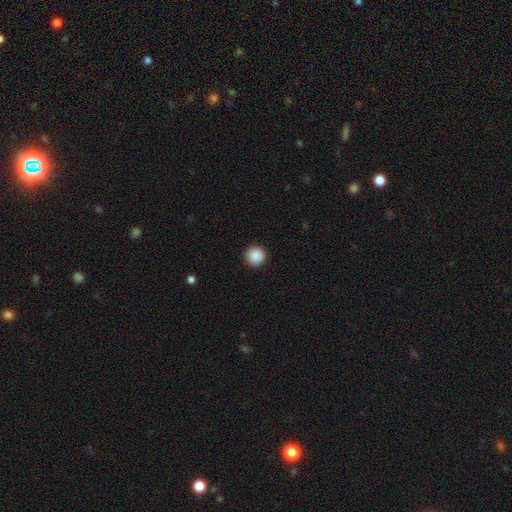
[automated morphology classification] smooth_or_featured: smooth (p=0.90) [alt: star or artifact p=0.08]
how_rounded: round (p=0.96) [alt: in between p=0.03]
merging: none (p=0.93) [alt: minor disturbance p=0.04]